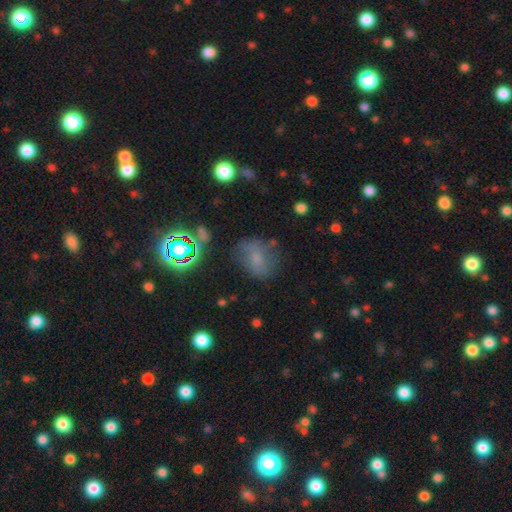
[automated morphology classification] Smooth or featured? Predicted: smooth (p=0.53). How rounded? Predicted: in between (p=0.54). Merging? Predicted: none (p=0.56).